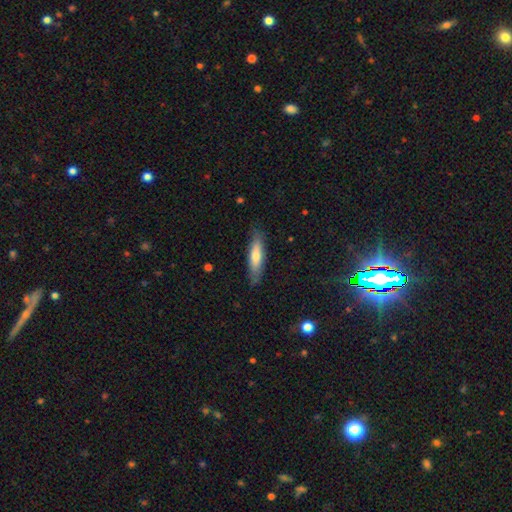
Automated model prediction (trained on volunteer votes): A smooth galaxy with no disk features (65%) that is cigar-shaped (70%).

Vote fractions:
- Smooth or featured? smooth: 65% / featured or disk: 29% / star or artifact: 6%
- How rounded? cigar-shaped: 70% / in between: 29% / round: 2%
- Merging? none: 82% / minor disturbance: 14% / major disturbance: 3% / merger: 1%